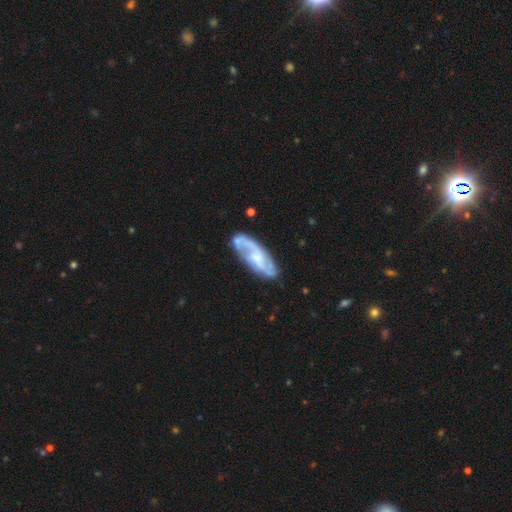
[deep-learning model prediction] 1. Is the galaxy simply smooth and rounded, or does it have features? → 74% featured or disk, 20% smooth, 6% star or artifact.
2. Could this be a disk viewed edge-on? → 88% no, 12% yes.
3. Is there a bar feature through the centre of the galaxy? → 51% no, 38% weak, 11% strong.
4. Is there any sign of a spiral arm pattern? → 90% yes, 10% no.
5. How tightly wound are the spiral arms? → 44% medium, 31% loose, 25% tight.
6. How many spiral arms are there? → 69% 2, 16% can't tell, 6% 3, 5% 1, 2% 4, 2% more than 4.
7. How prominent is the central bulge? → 31% small (tied), 31% none (tied), 29% moderate, 8% large, 2% dominant.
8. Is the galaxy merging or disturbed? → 72% none, 18% minor disturbance, 7% major disturbance, 4% merger.